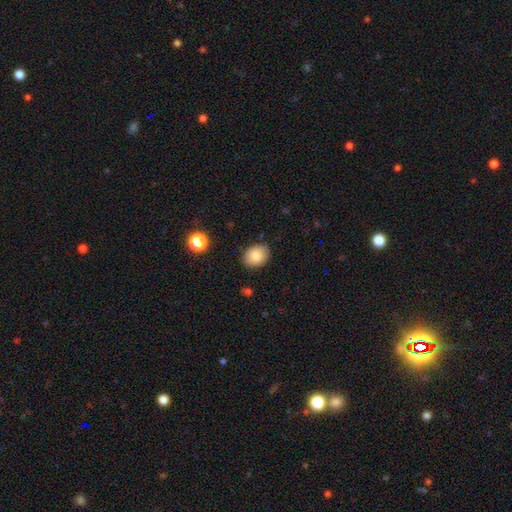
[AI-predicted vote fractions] Smooth or featured? smooth (85%)
How rounded? in between (68%)
Merging? none (85%)